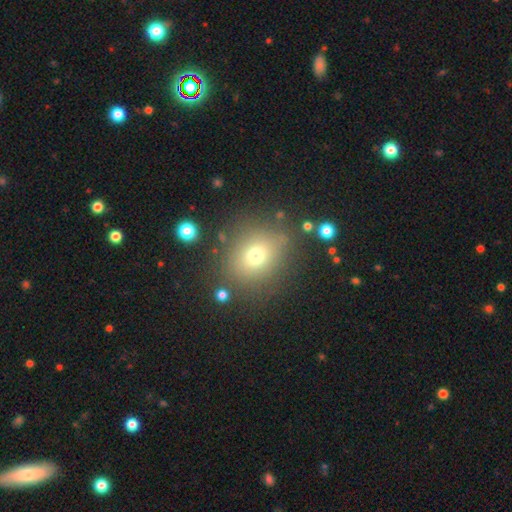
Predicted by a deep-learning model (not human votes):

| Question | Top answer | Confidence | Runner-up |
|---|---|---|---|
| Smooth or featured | smooth | 69% | star or artifact (18%) |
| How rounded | round | 69% | in between (30%) |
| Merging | none | 80% | minor disturbance (11%) |